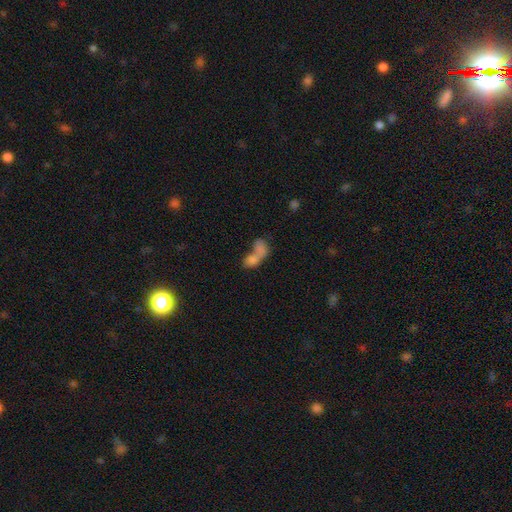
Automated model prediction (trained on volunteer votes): Smooth or featured? Predicted: smooth (p=0.70). How rounded? Predicted: in between (p=0.77). Merging? Predicted: merger (p=0.71).